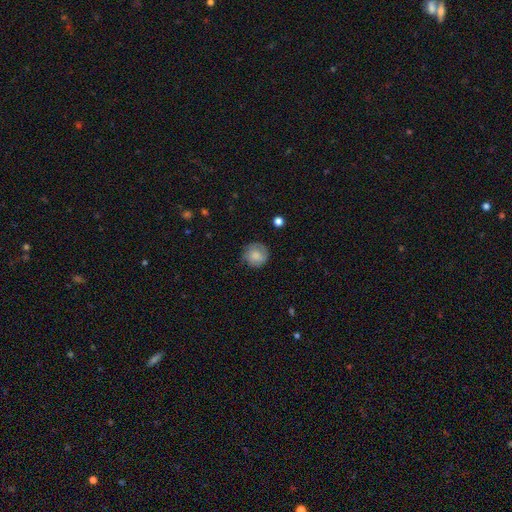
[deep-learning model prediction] Smooth or featured? smooth (75%)
How rounded? round (90%)
Merging? none (74%)